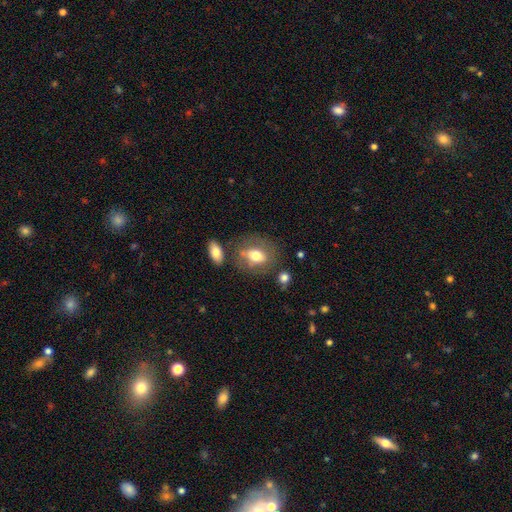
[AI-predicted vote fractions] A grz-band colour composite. It shows a smooth galaxy with no disk features (63%) that is in between round and cigar-shaped (62%). Merging: none (64%).